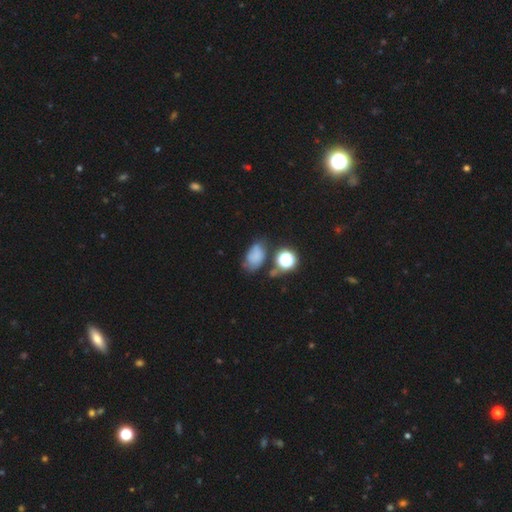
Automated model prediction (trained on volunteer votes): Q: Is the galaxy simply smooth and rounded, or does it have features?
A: smooth — 64%.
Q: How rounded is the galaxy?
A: in between — 79%.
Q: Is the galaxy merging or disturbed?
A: none — 45%.